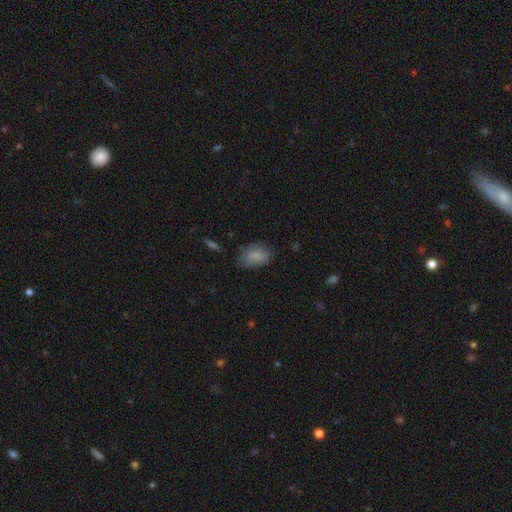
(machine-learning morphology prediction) Q: Smooth or featured?
A: smooth (85%); runner-up: star or artifact (8%)
Q: How rounded?
A: in between (84%); runner-up: round (14%)
Q: Merging?
A: none (67%); runner-up: minor disturbance (25%)